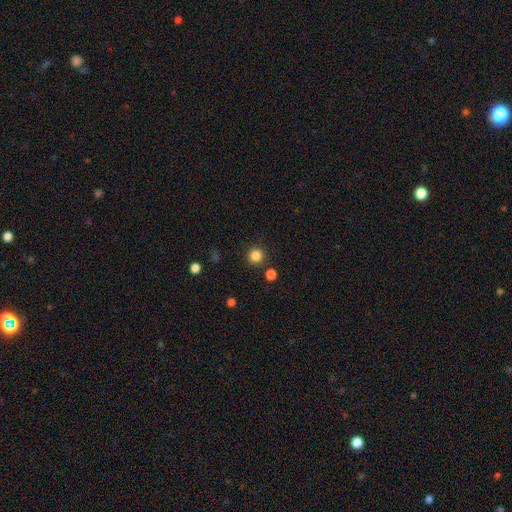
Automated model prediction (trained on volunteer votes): smooth 84%, star or artifact 12%, featured or disk 4%. Down the decision tree: how rounded — round (95%); merging — none (89%).